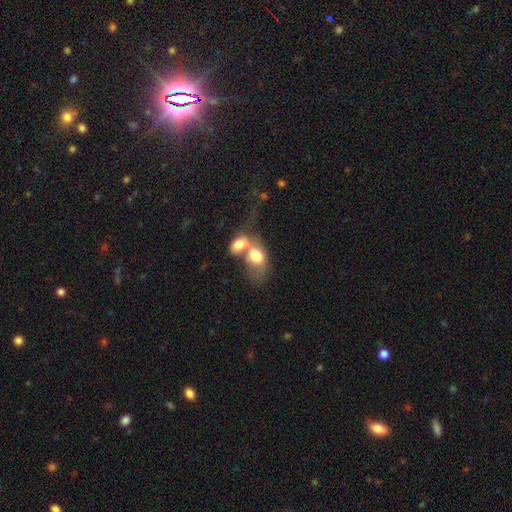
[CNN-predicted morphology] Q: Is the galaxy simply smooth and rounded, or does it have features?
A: smooth — 69%.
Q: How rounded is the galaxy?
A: in between — 74%.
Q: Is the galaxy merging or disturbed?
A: merger — 75%.